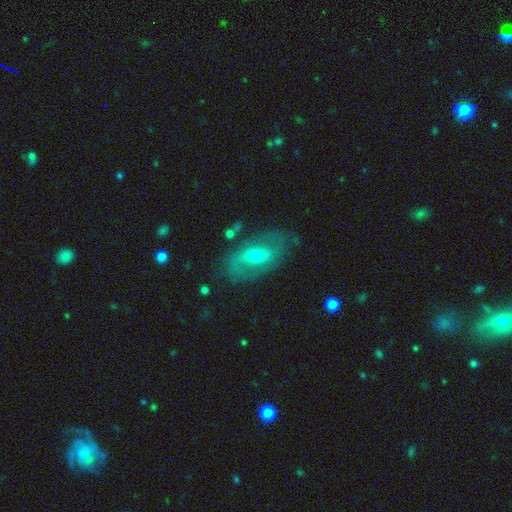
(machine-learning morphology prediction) smooth-or-featured: featured or disk: 66% | smooth: 27% | star or artifact: 7%
  disk-edge-on: no: 91% | yes: 9%
    bar: weak: 40% | no: 33% | strong: 27%
    has-spiral-arms: yes: 72% | no: 28%
    bulge-size: moderate: 48% | small: 46% | large: 3% | none: 2% | dominant: 1%
  merging: none: 69% | minor disturbance: 18% | major disturbance: 10% | merger: 2%